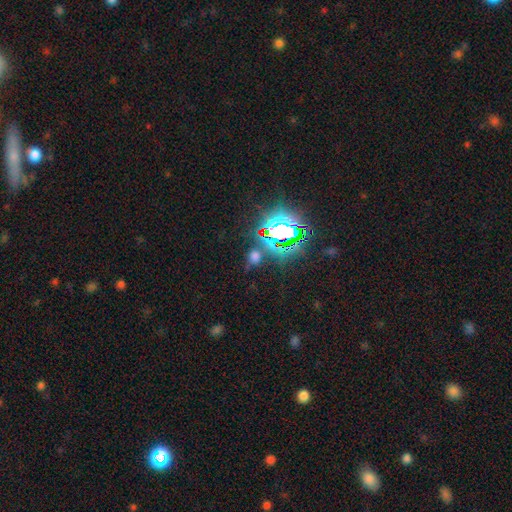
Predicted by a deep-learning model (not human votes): star or artifact 50%, smooth 42%, featured or disk 8%.